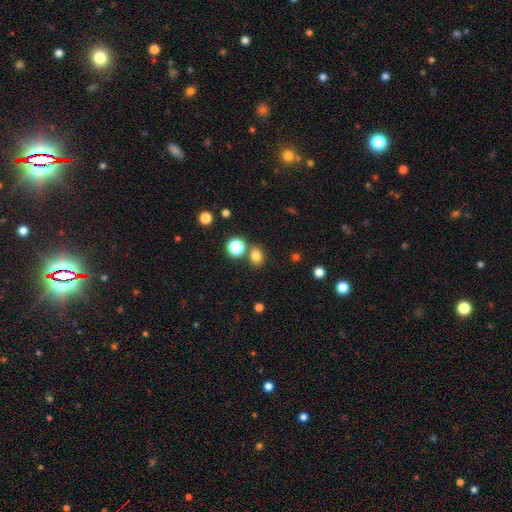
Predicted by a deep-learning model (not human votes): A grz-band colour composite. It shows a smooth galaxy with no disk features (78%) that is round (51%). Merging: none (76%).